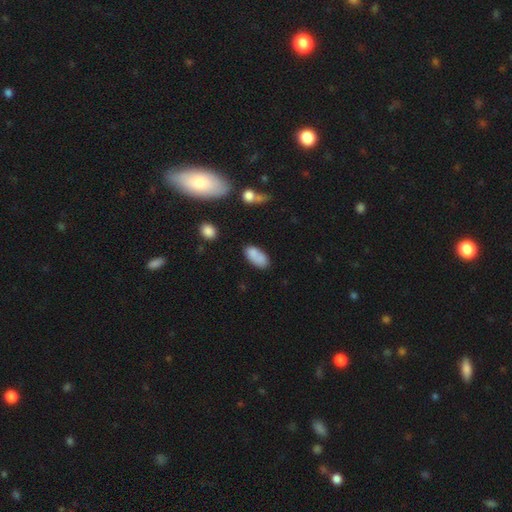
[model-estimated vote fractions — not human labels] smooth-or-featured: smooth: 83% | featured or disk: 9% | star or artifact: 8%
  how-rounded: in between: 89% | cigar-shaped: 8% | round: 3%
  merging: none: 67% | minor disturbance: 20% | merger: 7% | major disturbance: 6%